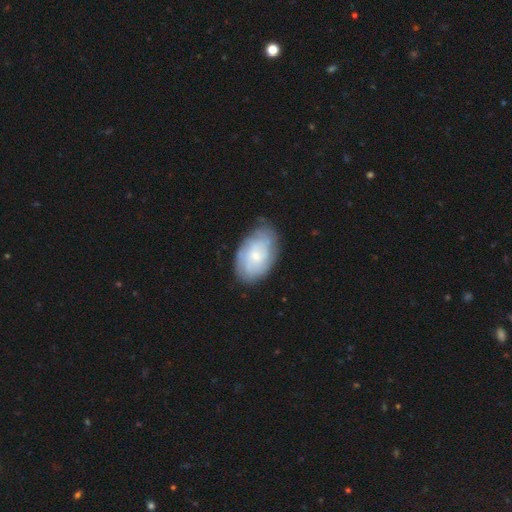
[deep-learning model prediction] smooth-or-featured: featured or disk: 50% | smooth: 43% | star or artifact: 7%
  disk-edge-on: no: 95% | yes: 5%
  merging: none: 69% | minor disturbance: 23% | major disturbance: 7% | merger: 1%